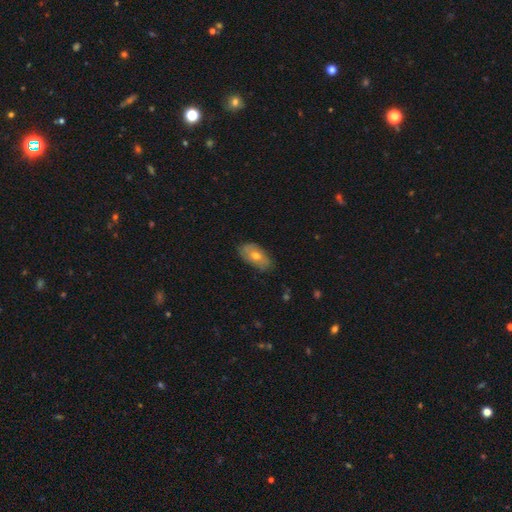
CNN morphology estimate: The model was most divided on "smooth or featured": smooth: 61%, featured or disk: 32%, star or artifact: 7%. More confident: how rounded — in between (92%); merging — none (75%).